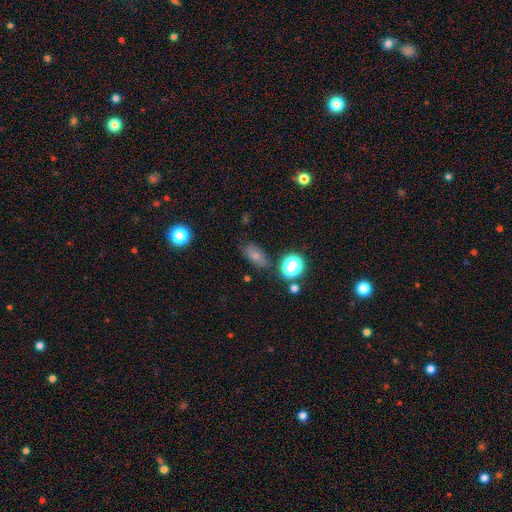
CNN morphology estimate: A smooth galaxy with no disk features (70%) that is in between round and cigar-shaped (82%).

Vote fractions:
- Smooth or featured? smooth: 70% / star or artifact: 15% / featured or disk: 14%
- How rounded? in between: 82% / round: 12% / cigar-shaped: 6%
- Merging? none: 75% / minor disturbance: 16% / major disturbance: 5% / merger: 4%